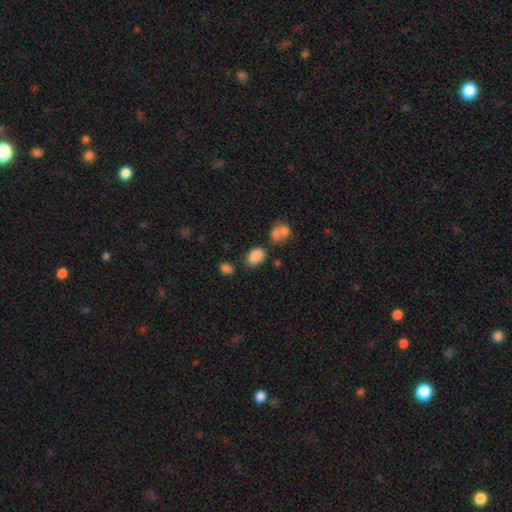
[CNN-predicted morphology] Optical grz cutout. It shows a smooth galaxy with no disk features (85%) that is in between round and cigar-shaped (87%). Merging: none (68%).